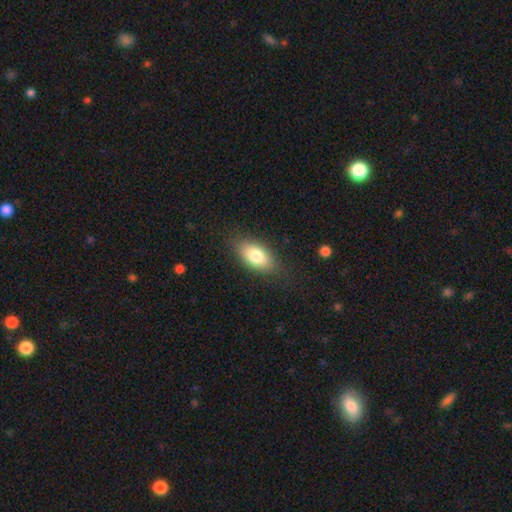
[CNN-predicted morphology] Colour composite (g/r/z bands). It shows a smooth galaxy with no disk features (80%) that is in between round and cigar-shaped (90%). Merging: none (82%).